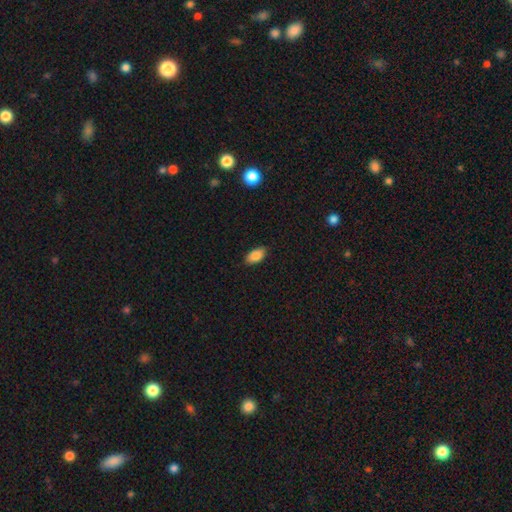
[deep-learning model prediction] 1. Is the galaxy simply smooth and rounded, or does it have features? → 85% smooth, 8% star or artifact, 7% featured or disk.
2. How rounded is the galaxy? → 93% in between, 3% cigar-shaped, 3% round.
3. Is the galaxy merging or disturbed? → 87% none, 10% minor disturbance, 2% major disturbance, 1% merger.